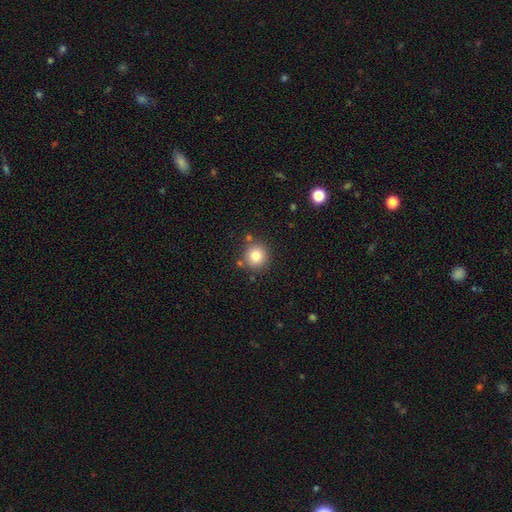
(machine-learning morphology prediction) smooth 80%, star or artifact 12%, featured or disk 8%. Down the decision tree: how rounded — round (93%); merging — none (84%).